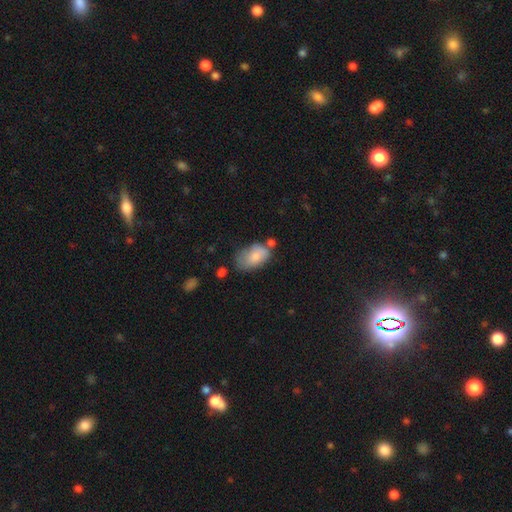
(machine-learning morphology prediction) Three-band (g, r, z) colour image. It shows a smooth galaxy with no disk features (78%) that is in between round and cigar-shaped (91%). Merging: none (43%).